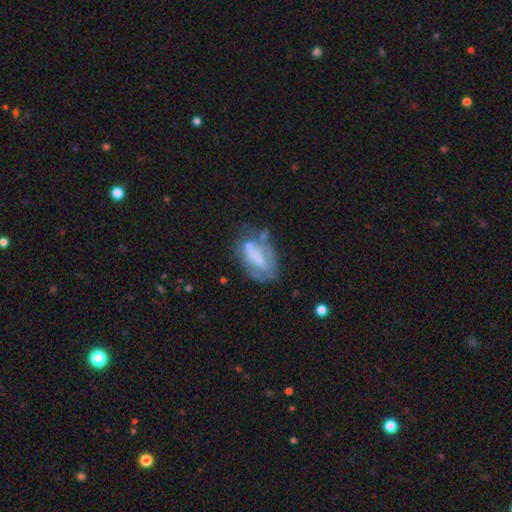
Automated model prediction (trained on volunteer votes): smooth-or-featured: featured or disk: 47% | smooth: 44% | star or artifact: 9%
  merging: none: 41% | minor disturbance: 26% | major disturbance: 19% | merger: 14%